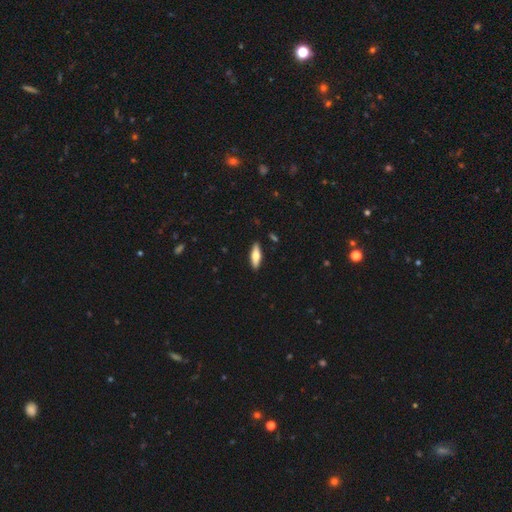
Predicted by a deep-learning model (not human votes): A smooth galaxy with no disk features (60%) that is in between round and cigar-shaped (52%). Merging: none (90%).